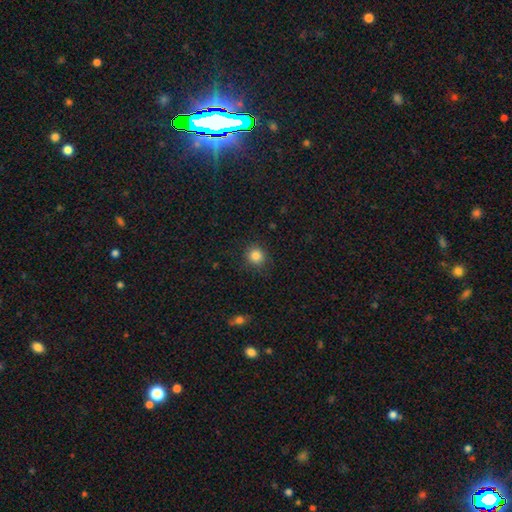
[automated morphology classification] The model was most divided on "smooth or featured": smooth: 84%, star or artifact: 11%, featured or disk: 5%. More confident: how rounded — round (91%); merging — none (87%).